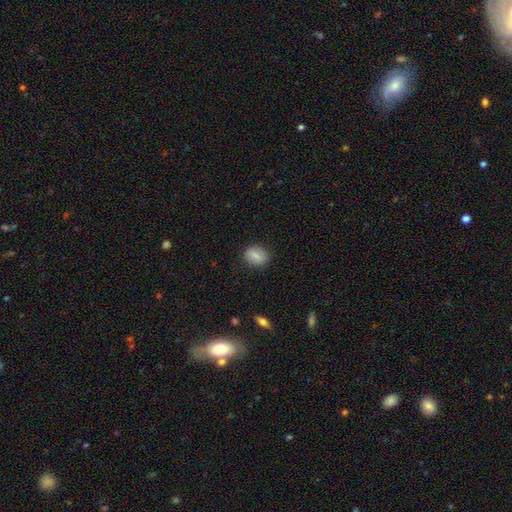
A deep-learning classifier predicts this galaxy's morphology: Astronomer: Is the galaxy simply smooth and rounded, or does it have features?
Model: smooth — 76%.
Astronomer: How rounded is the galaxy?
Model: in between — 52% (runner-up: round, 46%).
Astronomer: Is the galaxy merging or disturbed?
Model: none — 85%.